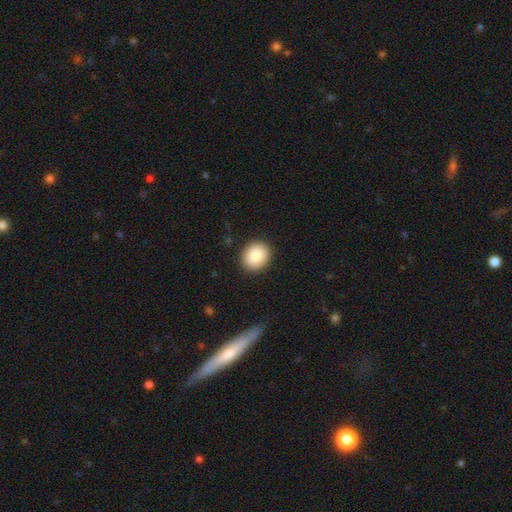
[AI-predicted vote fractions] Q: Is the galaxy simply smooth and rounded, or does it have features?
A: smooth — 88%.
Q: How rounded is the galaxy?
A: round — 74%.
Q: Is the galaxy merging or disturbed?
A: none — 90%.